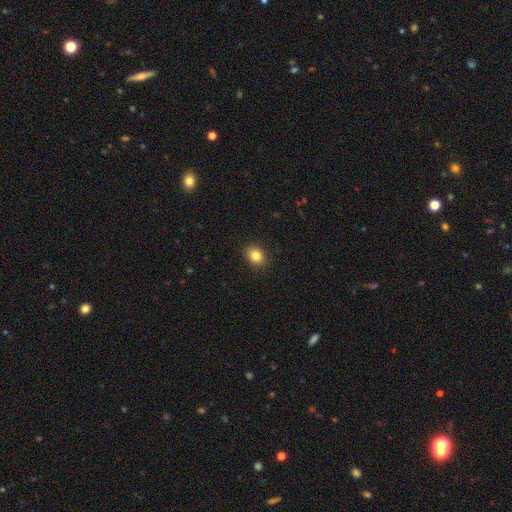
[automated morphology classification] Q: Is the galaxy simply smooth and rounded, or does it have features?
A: smooth — 84%.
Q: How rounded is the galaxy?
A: round — 53%.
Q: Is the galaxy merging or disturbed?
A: none — 90%.